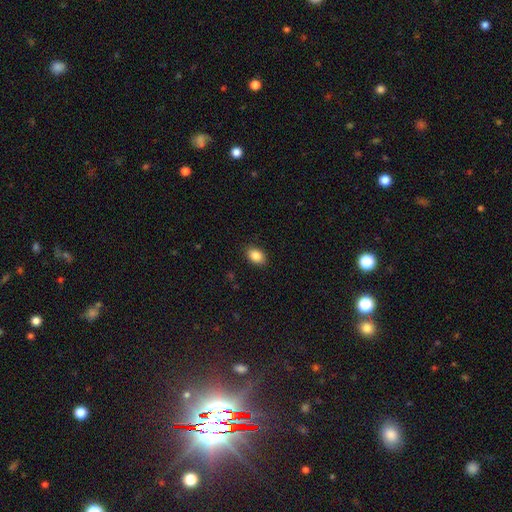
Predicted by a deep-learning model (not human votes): Q: Smooth or featured?
A: smooth (86%); runner-up: star or artifact (8%)
Q: How rounded?
A: in between (84%); runner-up: round (15%)
Q: Merging?
A: none (88%); runner-up: minor disturbance (9%)